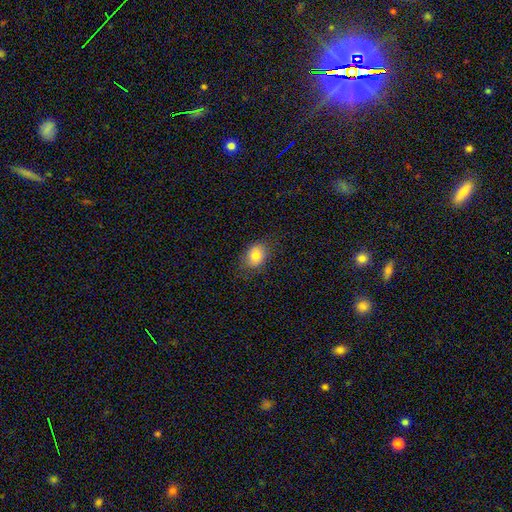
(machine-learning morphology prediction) smooth-or-featured: smooth: 79% | featured or disk: 12% | star or artifact: 9%
  how-rounded: in between: 66% | round: 32% | cigar-shaped: 1%
  merging: none: 77% | minor disturbance: 17% | major disturbance: 5% | merger: 1%